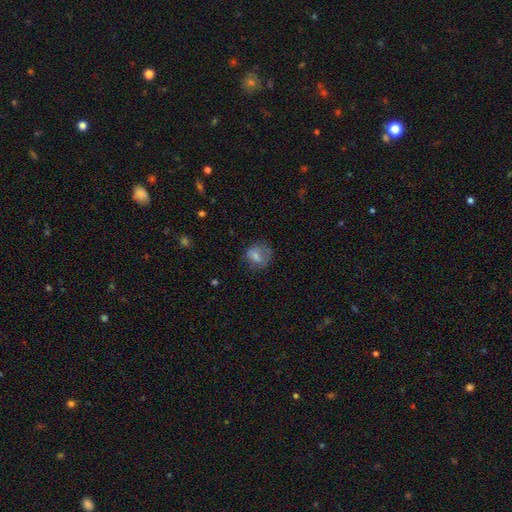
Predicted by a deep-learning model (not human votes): Smooth or featured: smooth — 64% (featured or disk — 26%)
How rounded: round — 58% (in between — 41%)
Merging: none — 55% (minor disturbance — 25%)